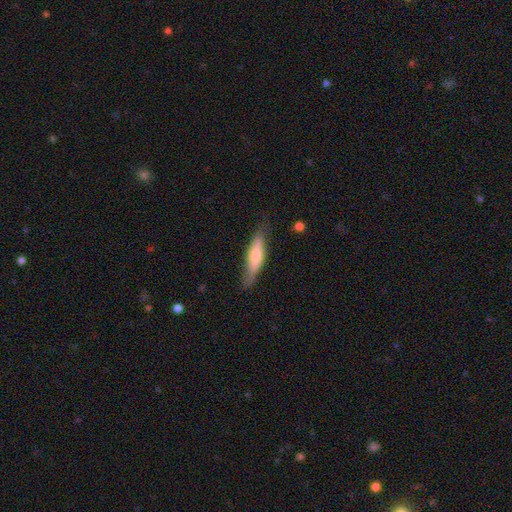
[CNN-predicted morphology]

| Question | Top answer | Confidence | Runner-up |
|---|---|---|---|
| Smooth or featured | smooth | 62% | featured or disk (32%) |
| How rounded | cigar-shaped | 67% | in between (31%) |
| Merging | none | 66% | minor disturbance (25%) |